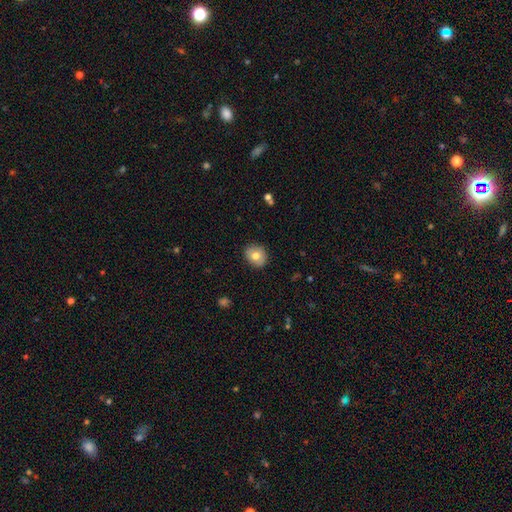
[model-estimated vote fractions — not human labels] smooth_or_featured: smooth (p=0.75) [alt: featured or disk p=0.17]
how_rounded: round (p=0.62) [alt: in between p=0.37]
merging: none (p=0.88) [alt: minor disturbance p=0.09]